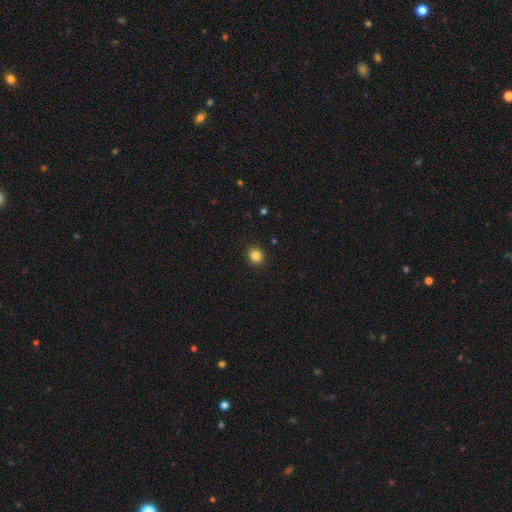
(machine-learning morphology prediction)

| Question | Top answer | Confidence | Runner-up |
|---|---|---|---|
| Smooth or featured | smooth | 84% | star or artifact (11%) |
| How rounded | round | 78% | in between (21%) |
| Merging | none | 91% | minor disturbance (6%) |